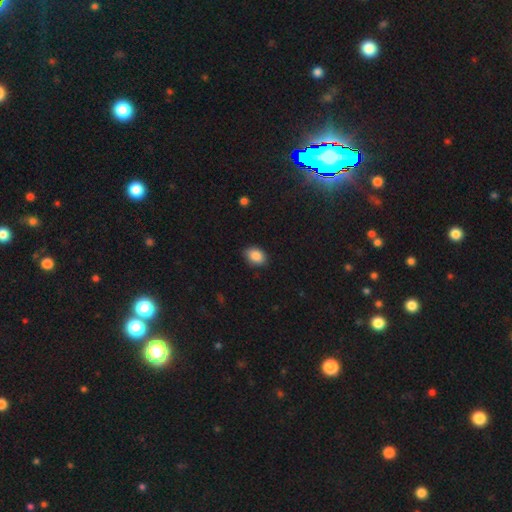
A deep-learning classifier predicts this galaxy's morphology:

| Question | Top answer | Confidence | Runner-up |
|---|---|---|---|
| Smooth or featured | smooth | 87% | star or artifact (8%) |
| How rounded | in between | 75% | round (24%) |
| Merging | none | 82% | minor disturbance (14%) |